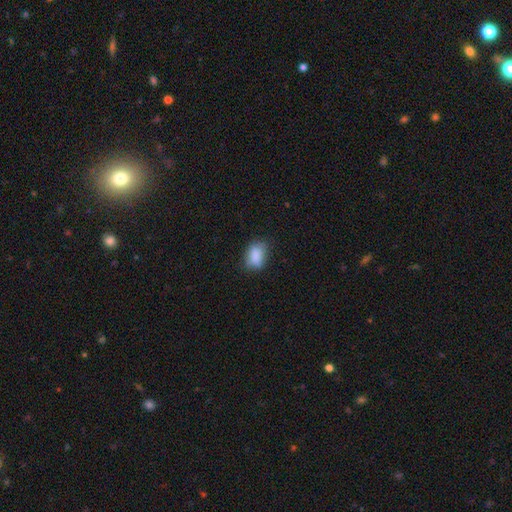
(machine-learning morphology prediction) This appears to be a smooth galaxy with no disk features (86%) that is in between round and cigar-shaped (82%). Merging: none (69%).